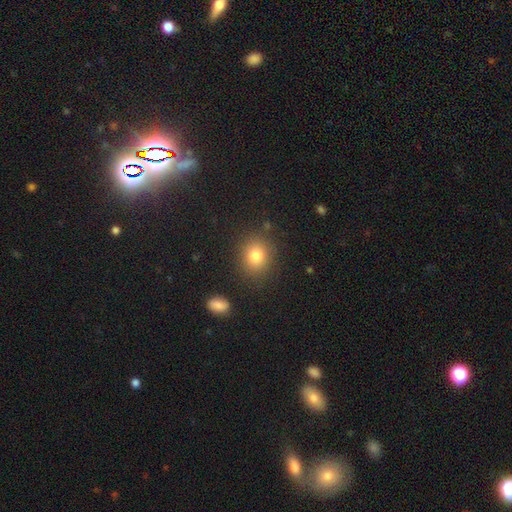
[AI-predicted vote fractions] The model was most divided on "how rounded": round: 69%, in between: 30%, cigar-shaped: 1%. More confident: merging — none (85%); smooth or featured — smooth (81%).